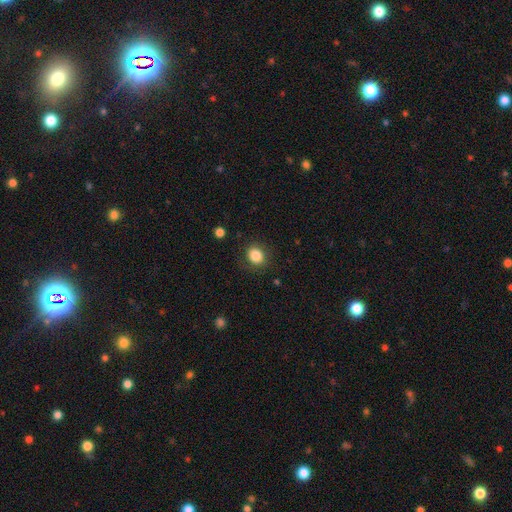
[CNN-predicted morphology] Q: Smooth or featured?
A: smooth (85%); runner-up: star or artifact (10%)
Q: How rounded?
A: round (61%); runner-up: in between (38%)
Q: Merging?
A: none (83%); runner-up: minor disturbance (12%)